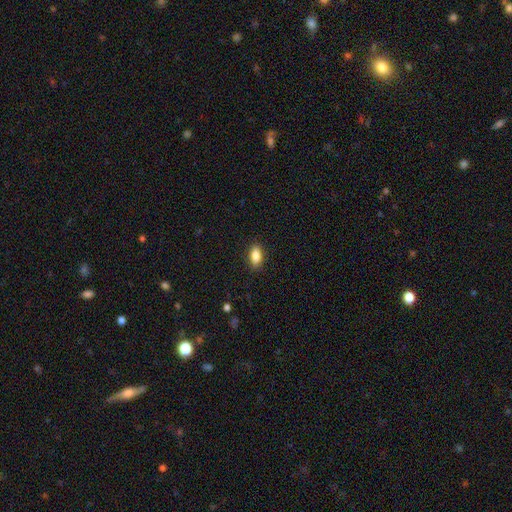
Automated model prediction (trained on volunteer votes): Morphology: type=smooth (85%); roundness=in between (86%); merging=none (88%).